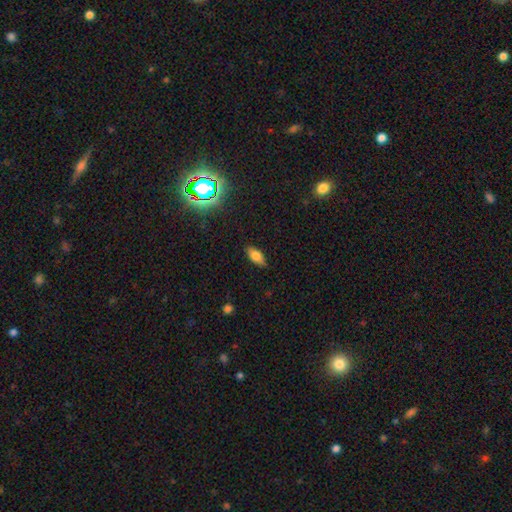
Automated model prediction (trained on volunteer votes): Smooth or featured?
  - smooth: 74% *
  - featured or disk: 16%
  - star or artifact: 10%
How rounded?
  - in between: 84% *
  - cigar-shaped: 13%
  - round: 3%
Merging?
  - none: 85% *
  - minor disturbance: 11%
  - major disturbance: 2%
  - merger: 1%